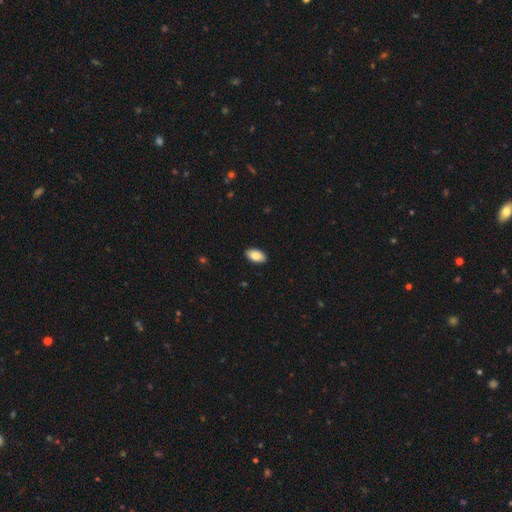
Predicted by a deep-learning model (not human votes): smooth_or_featured: smooth (p=0.87) [alt: star or artifact p=0.07]
how_rounded: in between (p=0.95) [alt: round p=0.03]
merging: none (p=0.90) [alt: minor disturbance p=0.07]